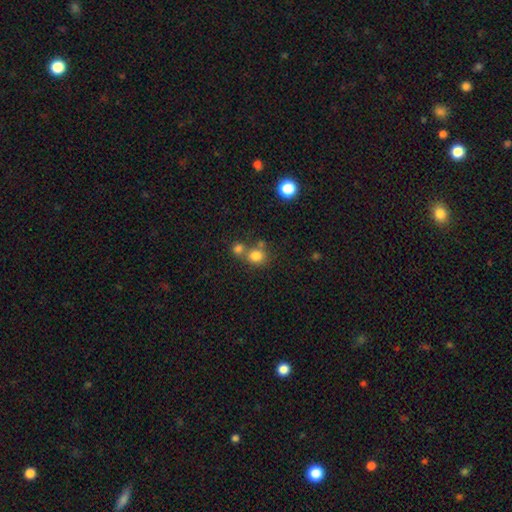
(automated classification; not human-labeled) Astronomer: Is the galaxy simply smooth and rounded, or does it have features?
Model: smooth — 79%.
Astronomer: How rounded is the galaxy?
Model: round — 78%.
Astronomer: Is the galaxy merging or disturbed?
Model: none — 50% (runner-up: merger, 38%).